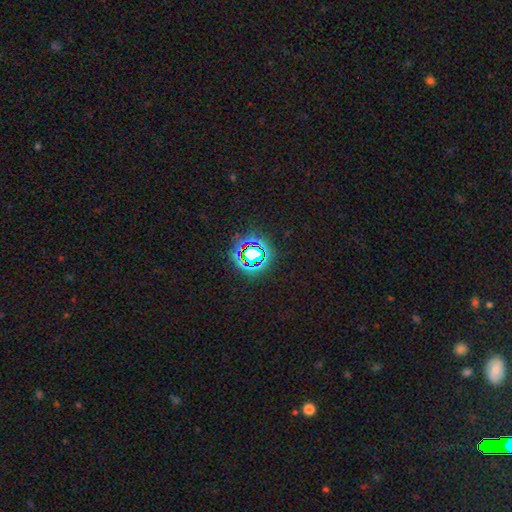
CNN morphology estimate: star or artifact 73%, smooth 18%, featured or disk 10%.